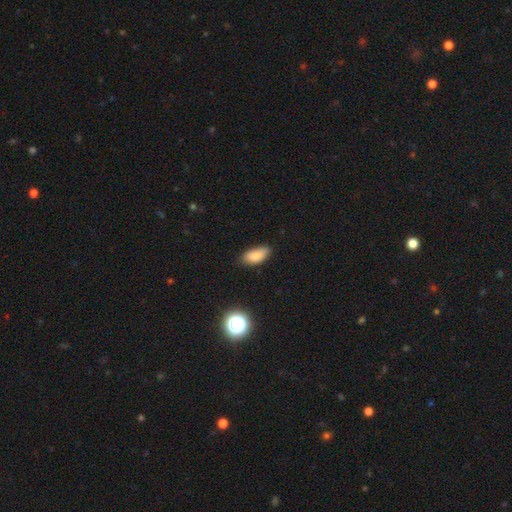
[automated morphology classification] A smooth galaxy with no disk features (84%) that is in between round and cigar-shaped (89%). Merging: none (68%).